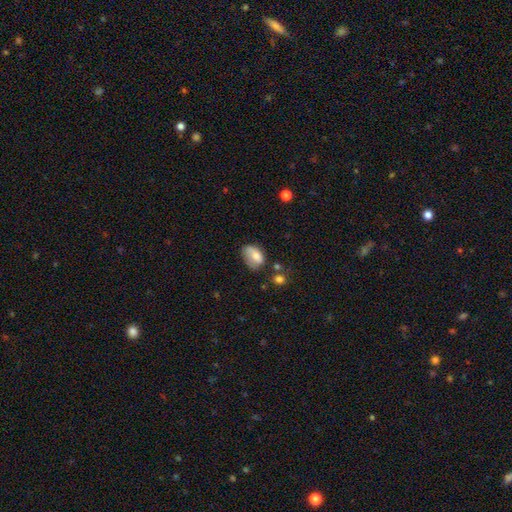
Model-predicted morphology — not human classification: A smooth galaxy with no disk features (70%) that is in between round and cigar-shaped (83%).

Vote fractions:
- Smooth or featured? smooth: 70% / featured or disk: 21% / star or artifact: 9%
- How rounded? in between: 83% / round: 15% / cigar-shaped: 2%
- Merging? none: 43% / minor disturbance: 34% / major disturbance: 15% / merger: 8%